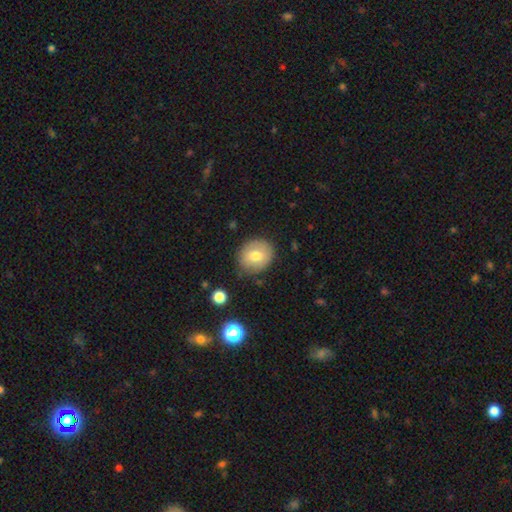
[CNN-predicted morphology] Smooth or featured? smooth (72%)
How rounded? round (73%)
Merging? none (77%)